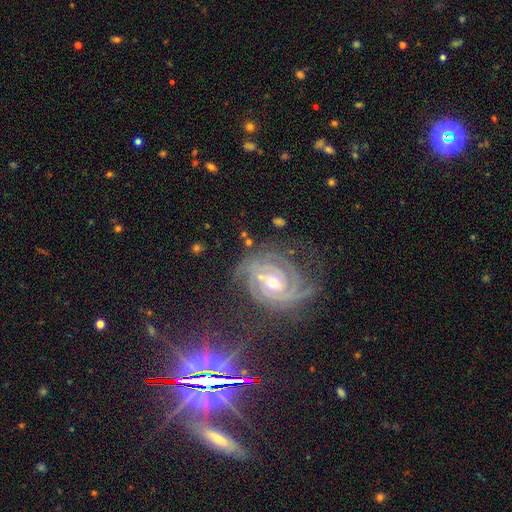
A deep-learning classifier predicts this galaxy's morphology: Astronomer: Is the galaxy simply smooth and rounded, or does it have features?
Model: featured or disk — 57%.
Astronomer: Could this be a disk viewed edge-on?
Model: no — 91%.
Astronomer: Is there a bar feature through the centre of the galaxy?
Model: no — 52% (runner-up: weak, 31%).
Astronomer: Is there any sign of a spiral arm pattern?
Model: yes — 84%.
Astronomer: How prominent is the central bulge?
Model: moderate — 49% (runner-up: small, 46%).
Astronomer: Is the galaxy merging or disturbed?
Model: none — 66%.